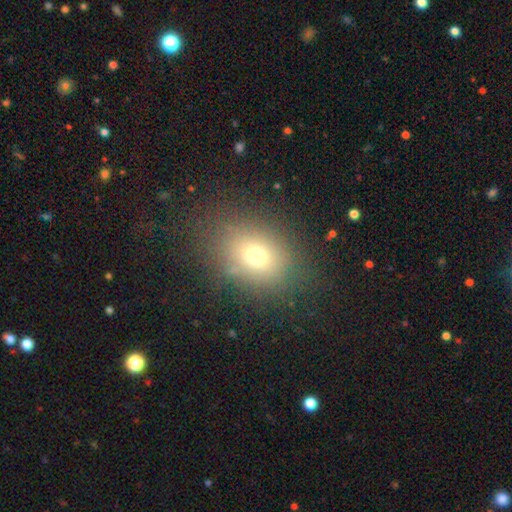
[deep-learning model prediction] Smooth or featured?
  - smooth: 69% *
  - star or artifact: 18%
  - featured or disk: 13%
How rounded?
  - in between: 61% *
  - round: 38%
  - cigar-shaped: 1%
Merging?
  - none: 80% *
  - minor disturbance: 12%
  - major disturbance: 6%
  - merger: 2%